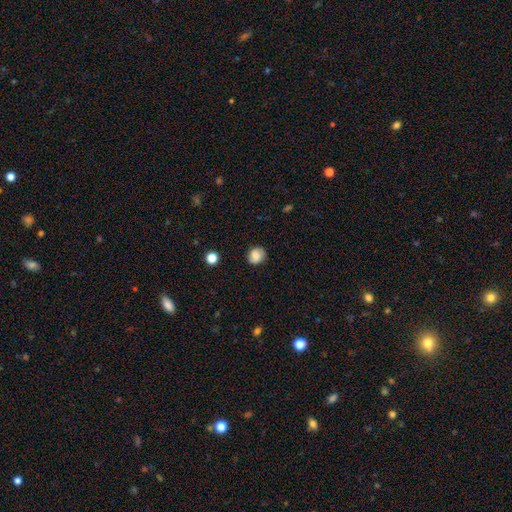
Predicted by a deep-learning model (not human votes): Smooth or featured? smooth (82%)
How rounded? round (77%)
Merging? none (82%)